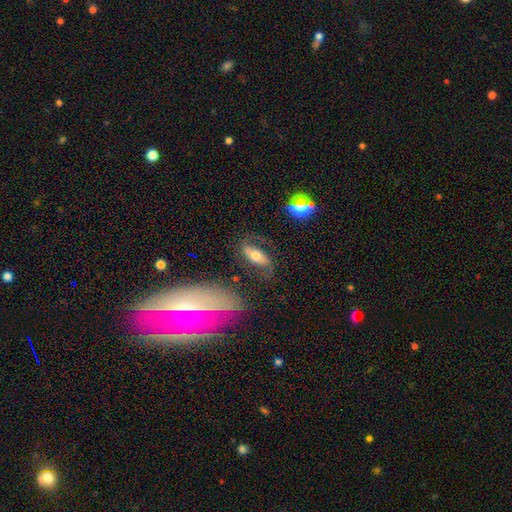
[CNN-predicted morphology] Q: Smooth or featured?
A: smooth (48%); runner-up: featured or disk (42%)
Q: Merging?
A: none (68%); runner-up: minor disturbance (18%)